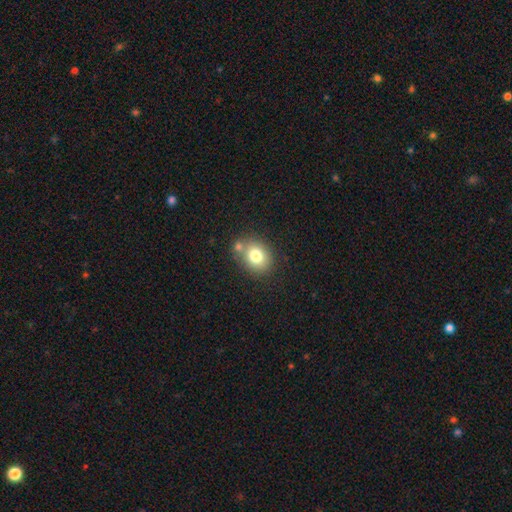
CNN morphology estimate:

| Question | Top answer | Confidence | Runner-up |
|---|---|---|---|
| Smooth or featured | smooth | 77% | featured or disk (12%) |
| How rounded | round | 57% | in between (42%) |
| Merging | none | 61% | merger (22%) |